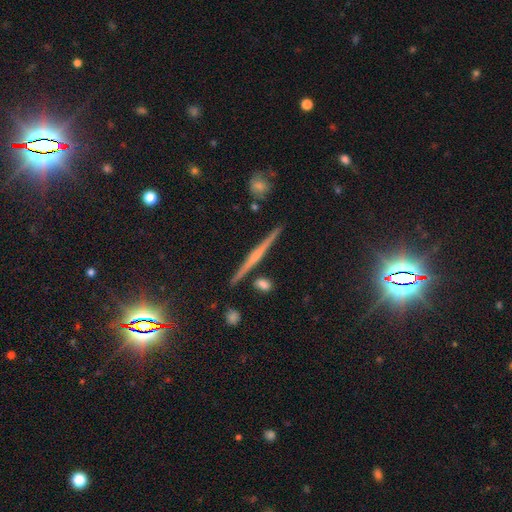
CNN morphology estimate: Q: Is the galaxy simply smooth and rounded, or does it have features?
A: featured or disk — 67%.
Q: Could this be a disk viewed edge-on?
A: yes — 98%.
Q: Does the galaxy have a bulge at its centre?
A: rounded — 50%.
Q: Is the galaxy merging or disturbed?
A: none — 90%.